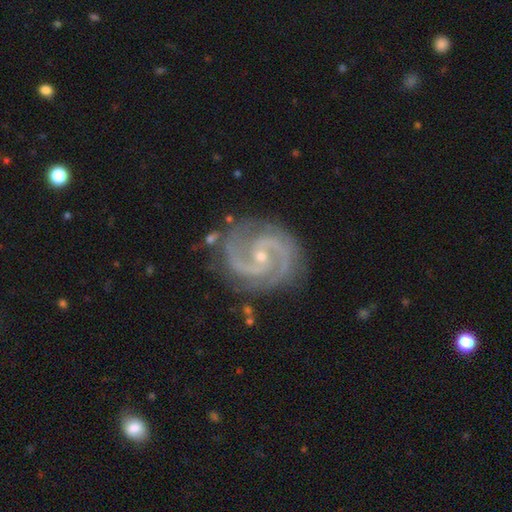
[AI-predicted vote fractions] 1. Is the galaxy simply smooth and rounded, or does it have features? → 92% featured or disk, 5% star or artifact, 2% smooth.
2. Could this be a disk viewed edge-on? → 98% no, 2% yes.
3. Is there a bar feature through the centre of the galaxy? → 43% no, 39% weak, 18% strong.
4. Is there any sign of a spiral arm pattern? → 99% yes, 1% no.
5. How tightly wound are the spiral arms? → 56% medium, 34% tight, 9% loose.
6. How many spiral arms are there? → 90% 2, 4% 3, 2% can't tell, 1% 4, 1% 1, 1% more than 4.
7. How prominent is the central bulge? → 76% small, 20% moderate, 2% none, 1% large, 1% dominant.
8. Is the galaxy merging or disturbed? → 80% none, 14% minor disturbance, 4% major disturbance, 2% merger.